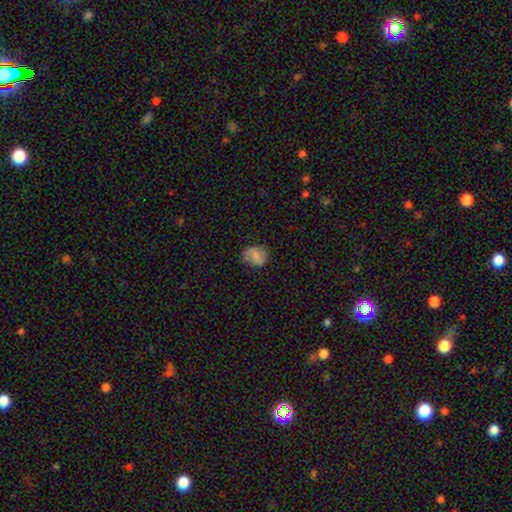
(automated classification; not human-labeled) Overall: smooth (77%). How rounded: round (59%; in between 40%). Merging: none (71%).